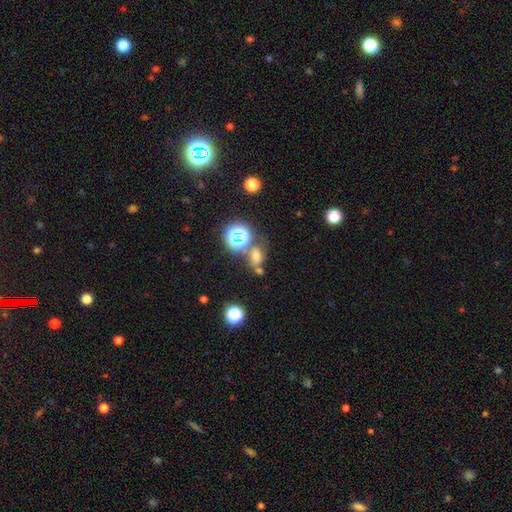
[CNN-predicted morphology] smooth 59%, star or artifact 29%, featured or disk 11%. Down the decision tree: how rounded — in between (57%); merging — none (51%).